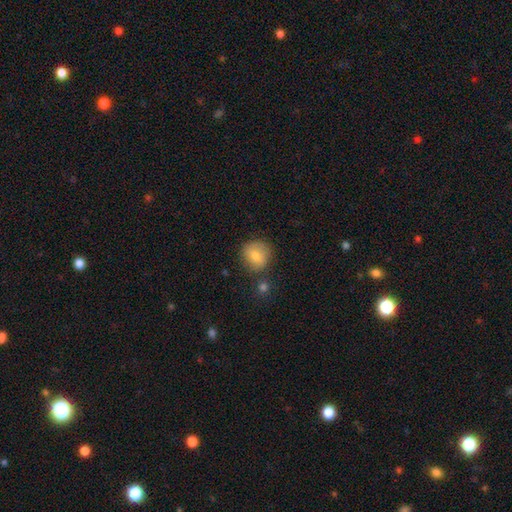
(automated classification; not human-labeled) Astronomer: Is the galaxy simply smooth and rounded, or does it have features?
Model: smooth — 81%.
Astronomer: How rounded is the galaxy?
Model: round — 86%.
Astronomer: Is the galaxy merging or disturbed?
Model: none — 72%.